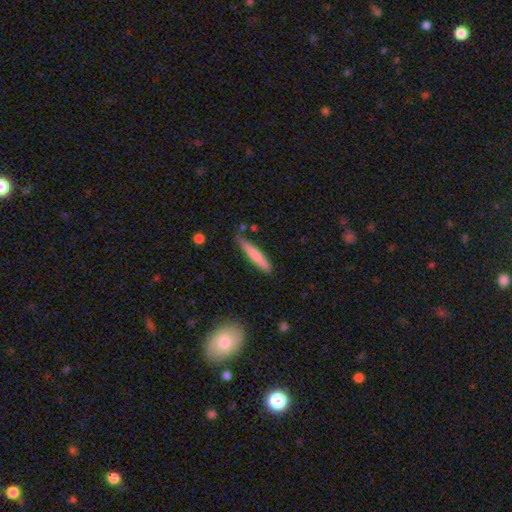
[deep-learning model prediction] Smooth or featured? smooth (73%)
How rounded? cigar-shaped (93%)
Merging? none (78%)